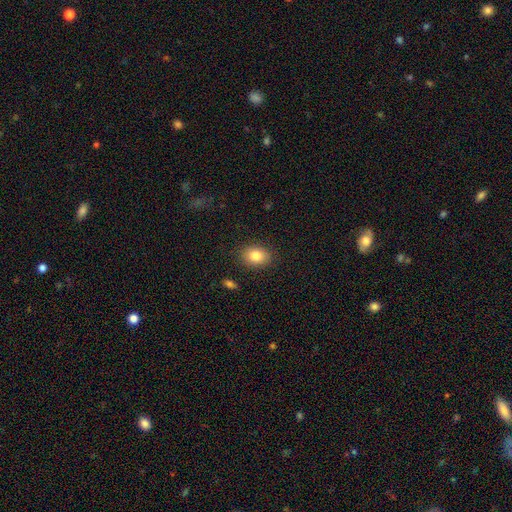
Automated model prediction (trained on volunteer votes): Smooth or featured: smooth — 83% (star or artifact — 9%)
How rounded: in between — 69% (round — 30%)
Merging: none — 87% (minor disturbance — 9%)